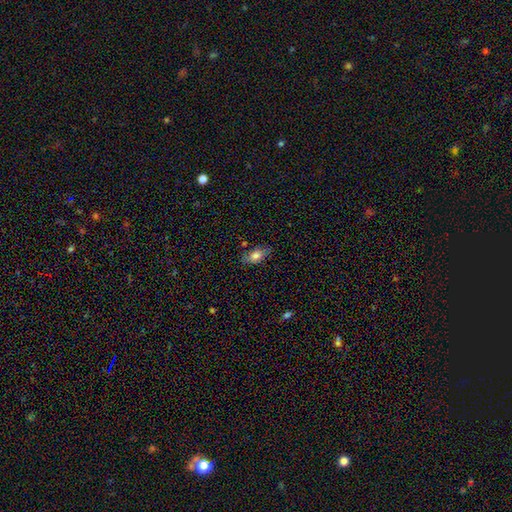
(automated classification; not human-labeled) Q: Smooth or featured?
A: smooth (75%); runner-up: featured or disk (16%)
Q: How rounded?
A: in between (86%); runner-up: round (8%)
Q: Merging?
A: none (76%); runner-up: minor disturbance (17%)